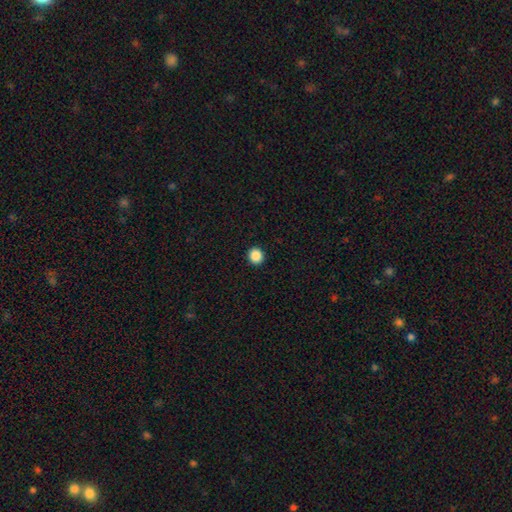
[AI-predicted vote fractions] A smooth galaxy with no disk features (88%) that is round (90%). Merging: none (93%).